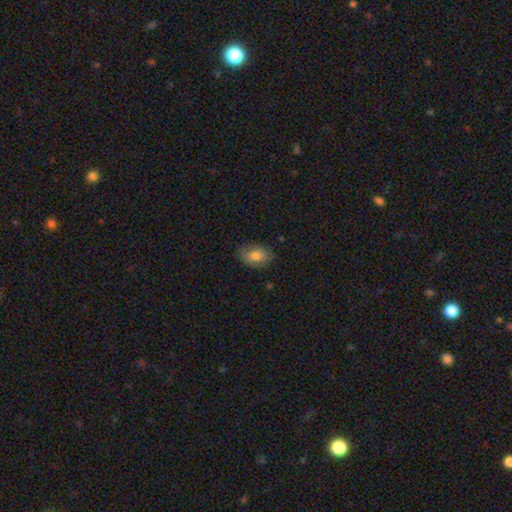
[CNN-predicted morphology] This appears to be a smooth galaxy with no disk features (75%) that is in between round and cigar-shaped (85%). Merging: none (77%).